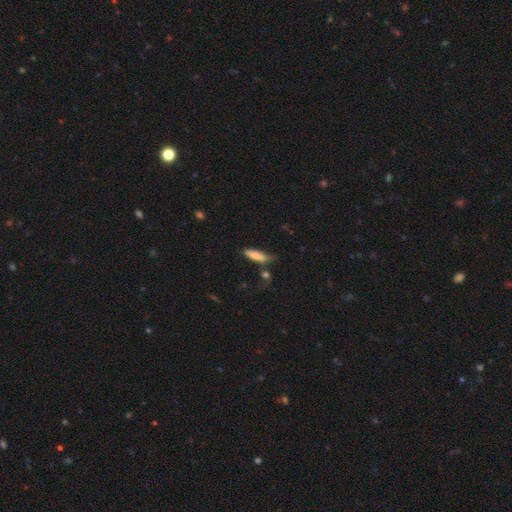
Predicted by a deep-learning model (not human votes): Morphology: type=smooth (78%); roundness=cigar-shaped (60%); merging=none (54%).